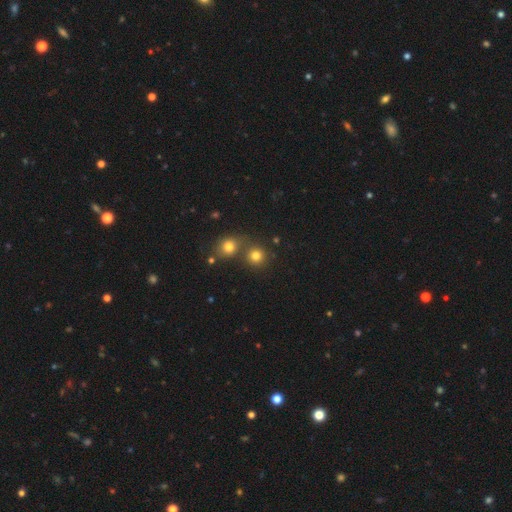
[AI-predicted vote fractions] Smooth or featured: smooth — 78% (star or artifact — 15%)
How rounded: round — 89% (in between — 10%)
Merging: none — 63% (merger — 28%)